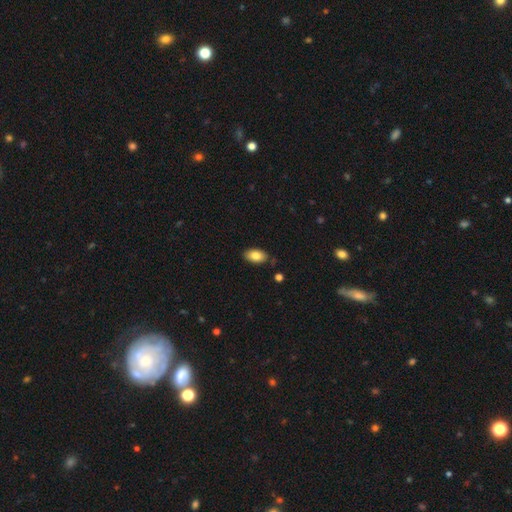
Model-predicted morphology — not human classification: This appears to be a smooth galaxy with no disk features (84%) that is in between round and cigar-shaped (93%). Merging: none (84%).